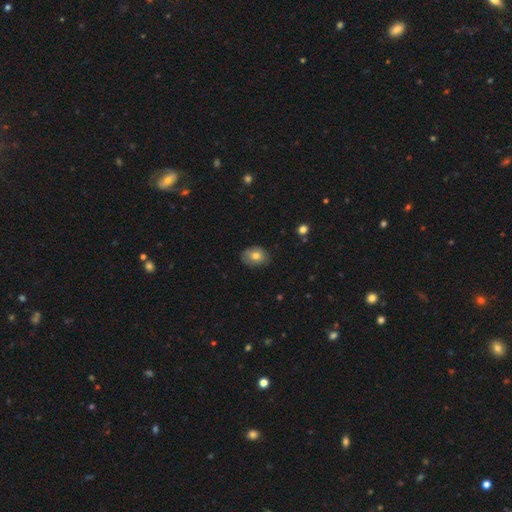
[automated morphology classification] This appears to be a smooth galaxy with no disk features (75%) that is in between round and cigar-shaped (61%). Merging: none (78%).